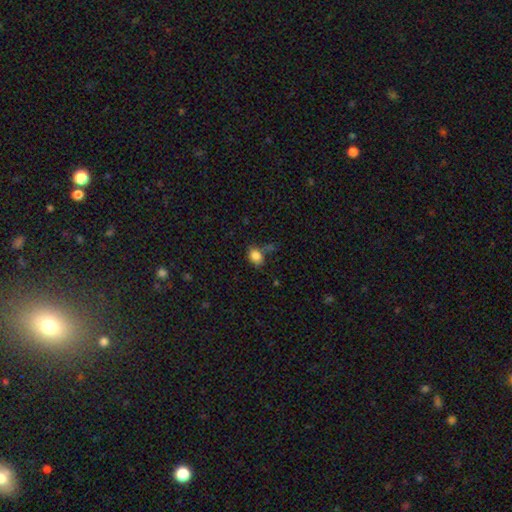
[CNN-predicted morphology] Smooth or featured: smooth — 84% (star or artifact — 10%)
How rounded: in between — 64% (round — 35%)
Merging: none — 61% (minor disturbance — 21%)